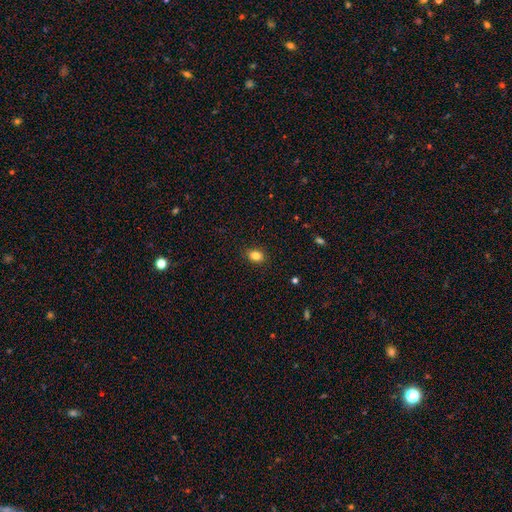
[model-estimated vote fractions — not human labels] Smooth or featured? smooth (84%)
How rounded? in between (71%)
Merging? none (89%)